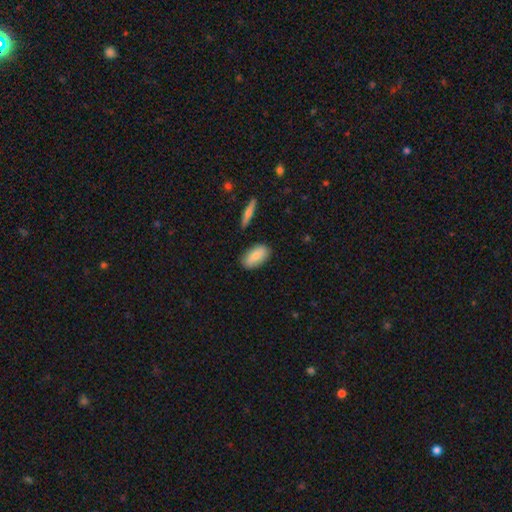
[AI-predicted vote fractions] The model was most divided on "smooth or featured": smooth: 79%, featured or disk: 15%, star or artifact: 6%. More confident: how rounded — in between (90%); merging — none (82%).